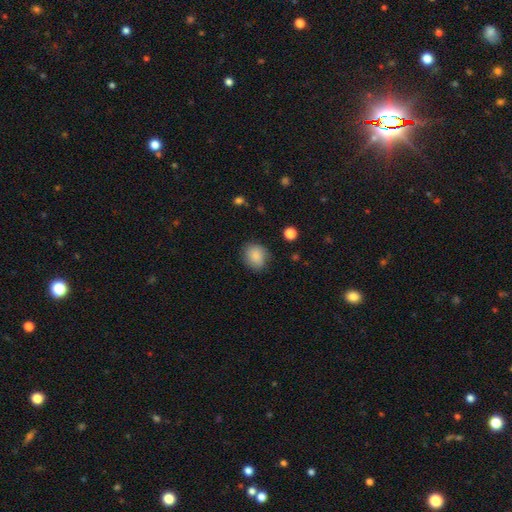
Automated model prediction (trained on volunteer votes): A smooth galaxy with no disk features (86%) that is round (64%). Merging: none (80%).